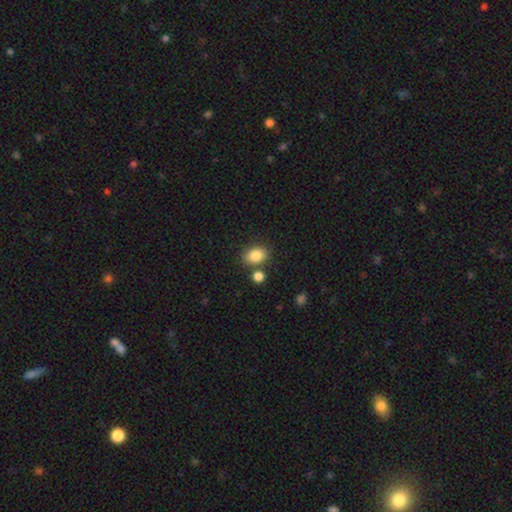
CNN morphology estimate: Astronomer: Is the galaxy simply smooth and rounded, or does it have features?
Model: smooth — 86%.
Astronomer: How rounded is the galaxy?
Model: in between — 73%.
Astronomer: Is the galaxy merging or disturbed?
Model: none — 72%.